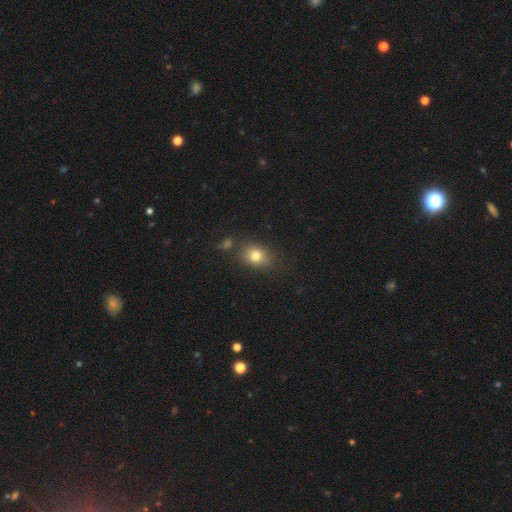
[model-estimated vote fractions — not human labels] This is likely a smooth galaxy (77%). How rounded: possibly in between (58%). Merging: likely none (76%).